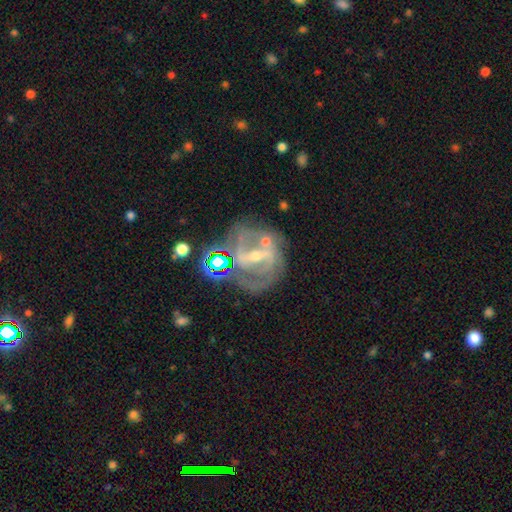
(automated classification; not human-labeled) Smooth or featured? Predicted: featured or disk (p=0.83). Edge-on disk? Predicted: no (p=0.96). Bar? Predicted: strong (p=0.54). Spiral arms? Predicted: yes (p=0.88). Spiral winding? Predicted: medium (p=0.48). Spiral arm count? Predicted: 2 (p=0.66). Bulge size? Predicted: small (p=0.64). Merging? Predicted: none (p=0.57).